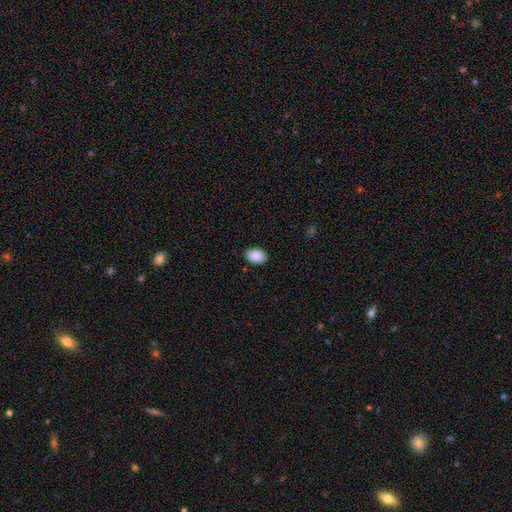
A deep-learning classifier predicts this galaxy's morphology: smooth_or_featured: smooth (p=0.90) [alt: star or artifact p=0.07]
how_rounded: in between (p=0.86) [alt: round p=0.13]
merging: none (p=0.88) [alt: minor disturbance p=0.09]